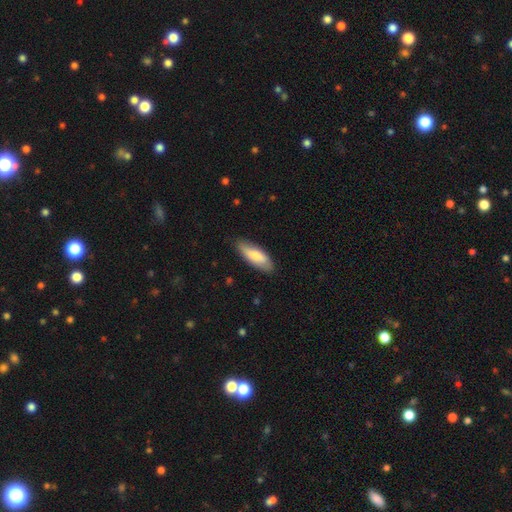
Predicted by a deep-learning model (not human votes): The model was most divided on "how rounded": in between: 65%, cigar-shaped: 34%, round: 2%. More confident: merging — none (81%); smooth or featured — smooth (79%).